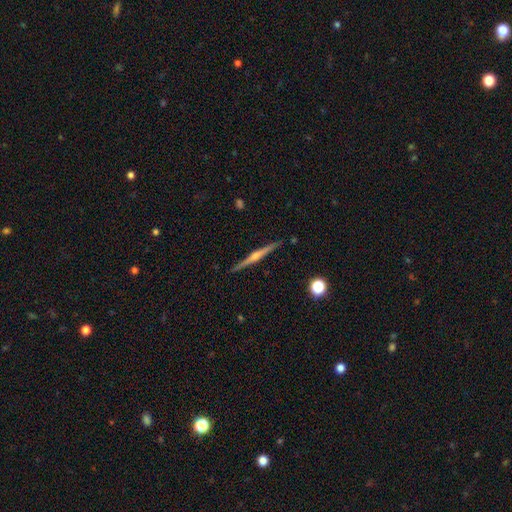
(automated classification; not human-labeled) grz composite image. It shows a featured or disk galaxy (81%) viewed edge-on (99%) with a rounded central bulge (84%). Merging: none (92%).